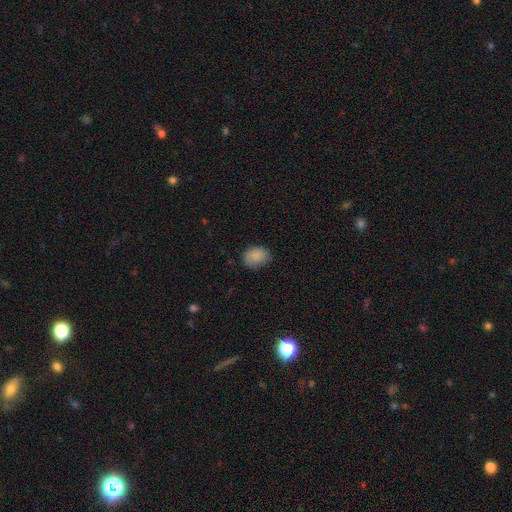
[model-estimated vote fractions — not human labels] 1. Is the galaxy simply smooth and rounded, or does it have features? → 87% smooth, 9% star or artifact, 4% featured or disk.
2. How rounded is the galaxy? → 66% in between, 33% round, 1% cigar-shaped.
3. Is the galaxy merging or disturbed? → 76% none, 19% minor disturbance, 4% major disturbance, 1% merger.